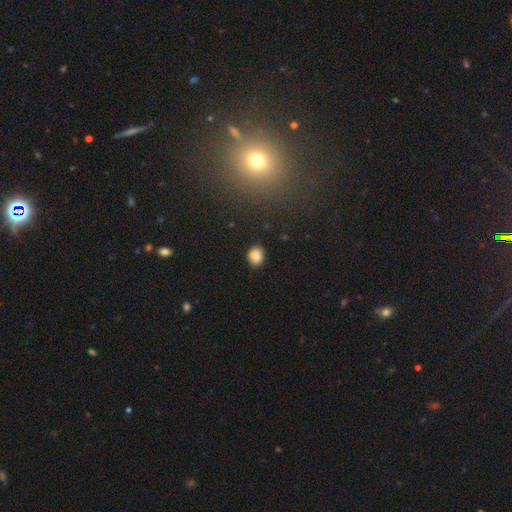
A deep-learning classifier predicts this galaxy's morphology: Q: Smooth or featured?
A: smooth (85%); runner-up: star or artifact (10%)
Q: How rounded?
A: round (54%); runner-up: in between (45%)
Q: Merging?
A: none (79%); runner-up: minor disturbance (15%)